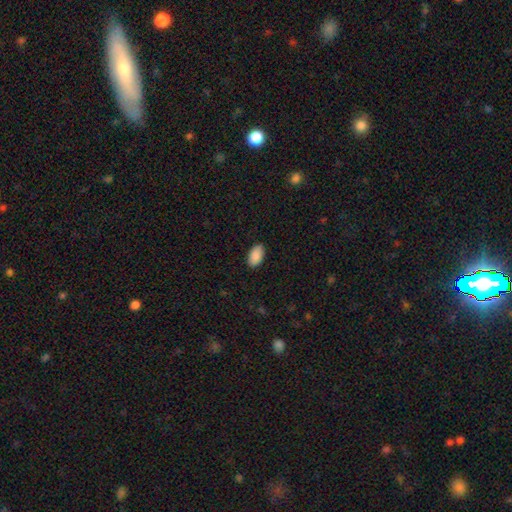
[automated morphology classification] type=smooth (89%); roundness=in between (95%); merging=none (87%).